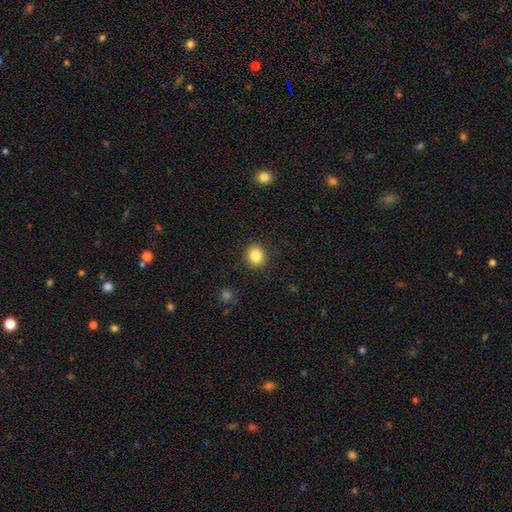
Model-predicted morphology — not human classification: smooth-or-featured: smooth: 85% | star or artifact: 10% | featured or disk: 5%
  how-rounded: round: 84% | in between: 15% | cigar-shaped: 1%
  merging: none: 89% | minor disturbance: 7% | major disturbance: 2% | merger: 1%